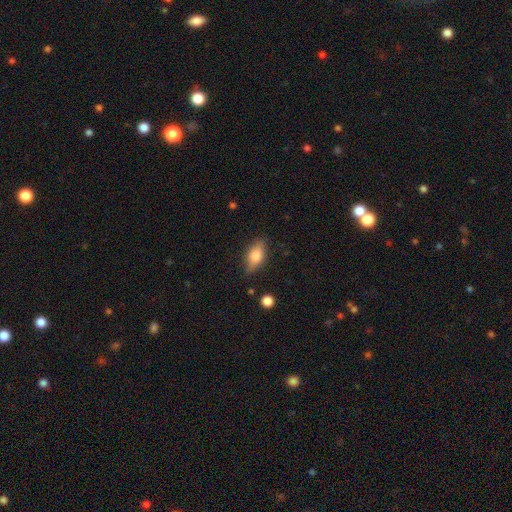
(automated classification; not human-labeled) This appears to be a smooth galaxy with no disk features (70%) that is in between round and cigar-shaped (83%). Merging: none (79%).